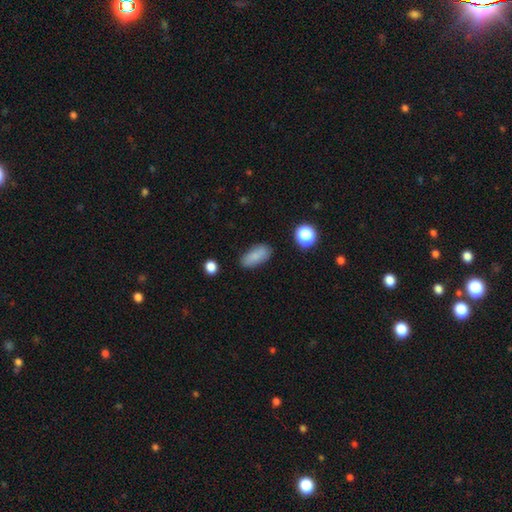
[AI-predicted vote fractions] Q: Smooth or featured?
A: smooth (84%); runner-up: star or artifact (9%)
Q: How rounded?
A: in between (86%); runner-up: cigar-shaped (10%)
Q: Merging?
A: none (83%); runner-up: minor disturbance (12%)